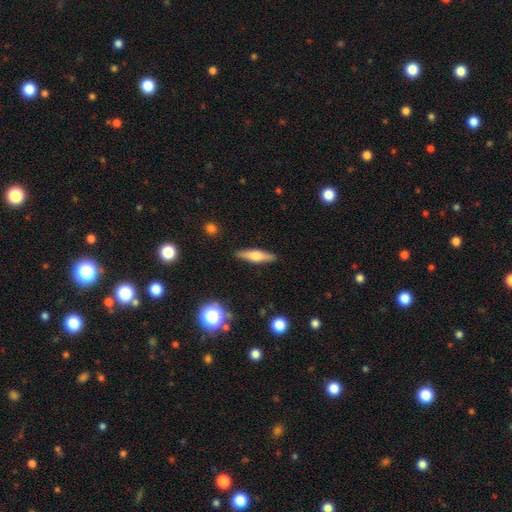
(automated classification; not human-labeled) Smooth or featured?
  - featured or disk: 51% *
  - smooth: 42%
  - star or artifact: 7%
Edge-on disk?
  - yes: 94% *
  - no: 6%
Merging?
  - none: 89% *
  - minor disturbance: 8%
  - major disturbance: 2%
  - merger: 1%